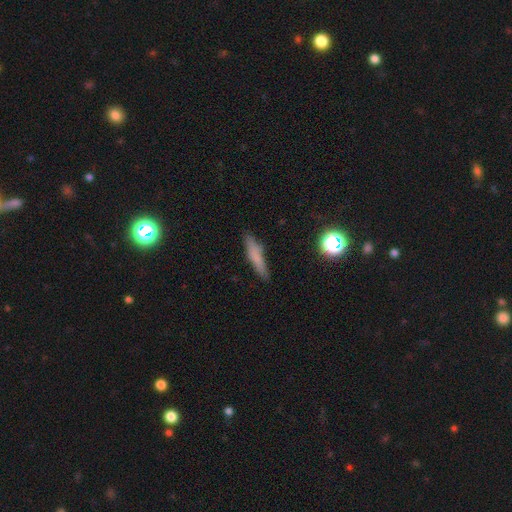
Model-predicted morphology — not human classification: Smooth or featured? smooth (68%)
How rounded? cigar-shaped (84%)
Merging? none (80%)